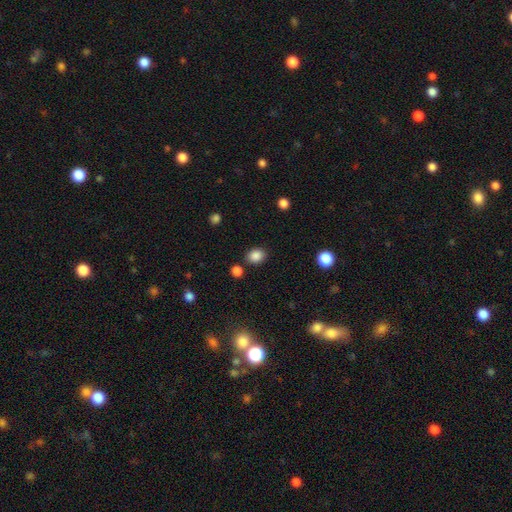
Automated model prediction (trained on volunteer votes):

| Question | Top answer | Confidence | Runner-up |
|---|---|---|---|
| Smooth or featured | smooth | 86% | star or artifact (10%) |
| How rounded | in between | 52% | round (47%) |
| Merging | none | 83% | minor disturbance (9%) |